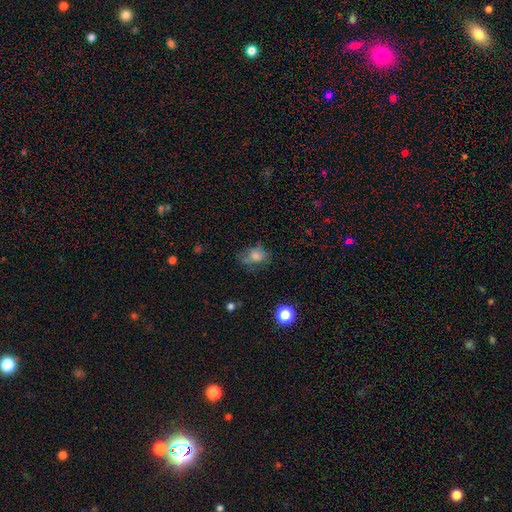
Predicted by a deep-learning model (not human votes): Overall: smooth (63%). How rounded: in between (60%; round 38%). Merging: none (52%; minor disturbance 27%).